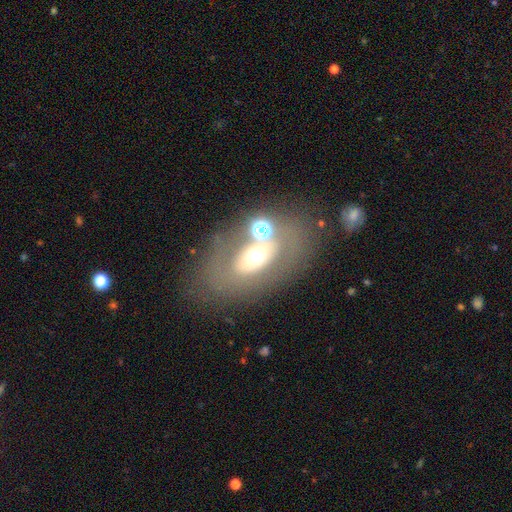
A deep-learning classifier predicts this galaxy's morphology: This appears to be a featured or disk galaxy (42%). Merging: none (56%).